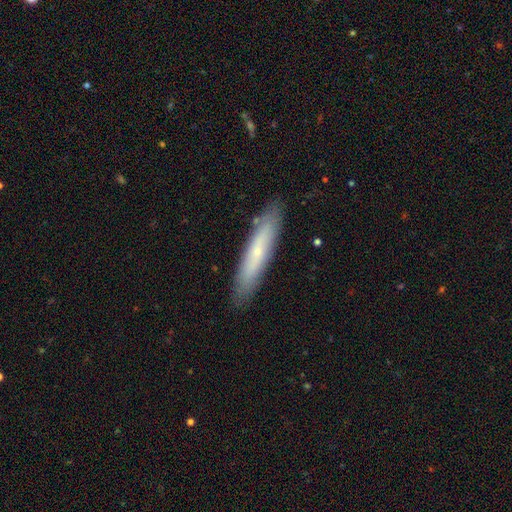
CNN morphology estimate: Smooth or featured: smooth — 49% (featured or disk — 43%)
Merging: none — 88% (minor disturbance — 9%)